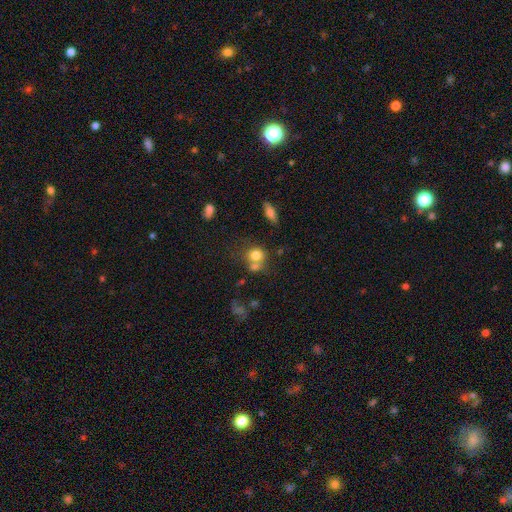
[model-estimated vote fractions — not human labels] A smooth galaxy with no disk features (77%) that is round (74%).

Vote fractions:
- Smooth or featured? smooth: 77% / featured or disk: 12% / star or artifact: 12%
- How rounded? round: 74% / in between: 25% / cigar-shaped: 1%
- Merging? none: 43% / merger: 39% / minor disturbance: 12% / major disturbance: 6%